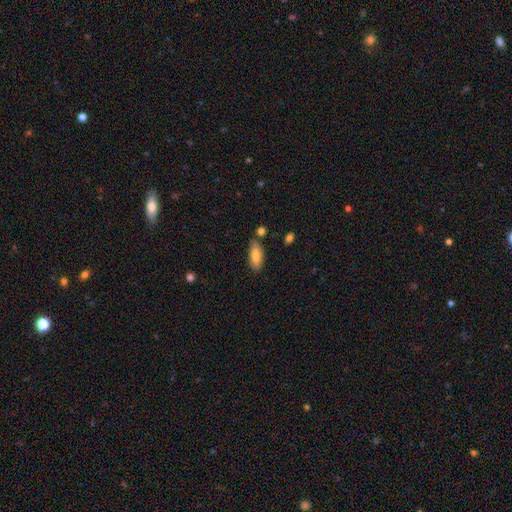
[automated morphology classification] Smooth or featured? smooth (82%)
How rounded? in between (75%)
Merging? none (75%)